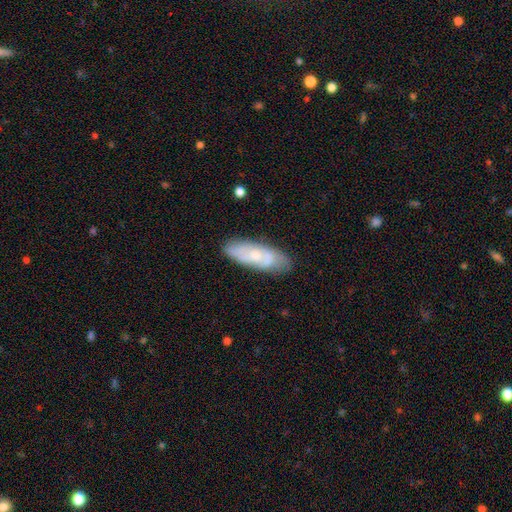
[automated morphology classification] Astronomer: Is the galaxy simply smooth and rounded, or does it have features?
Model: featured or disk — 49% (runner-up: smooth, 45%).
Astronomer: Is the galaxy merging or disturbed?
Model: none — 75%.